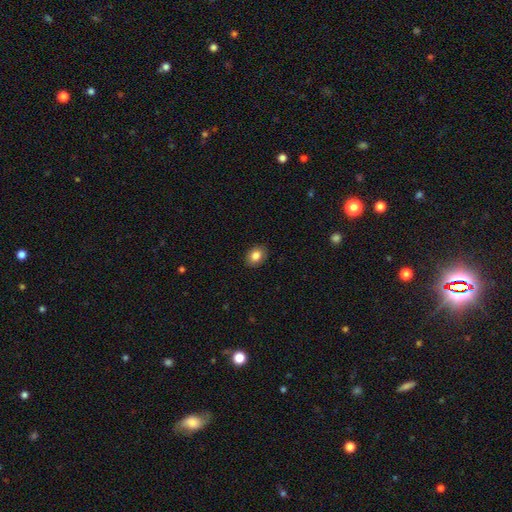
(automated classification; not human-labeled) A smooth galaxy with no disk features (84%) that is in between round and cigar-shaped (66%). Merging: none (88%).